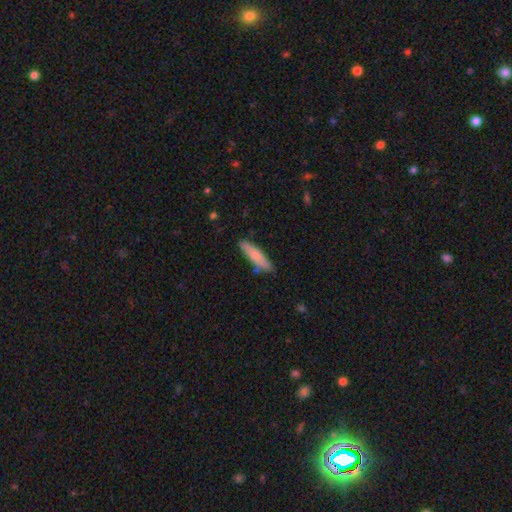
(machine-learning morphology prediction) Smooth or featured? Predicted: smooth (p=0.80). How rounded? Predicted: cigar-shaped (p=0.77). Merging? Predicted: none (p=0.82).